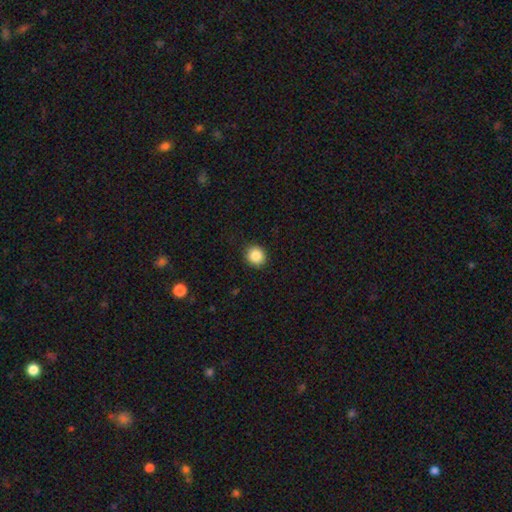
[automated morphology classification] Overall: smooth (86%). How rounded: round (85%). Merging: none (90%).